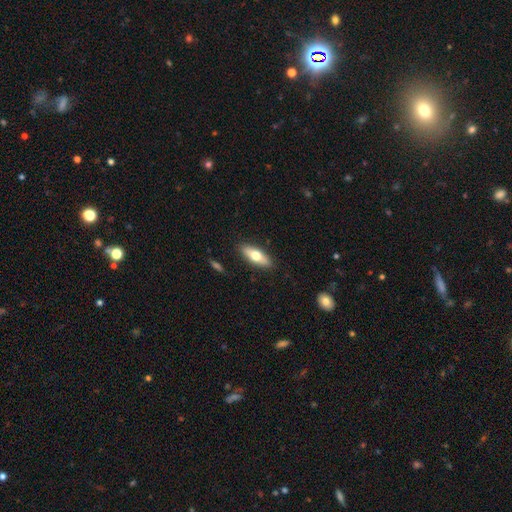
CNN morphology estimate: Overall: smooth (63%; featured or disk 31%). How rounded: in between (67%; cigar-shaped 30%). Merging: none (88%).